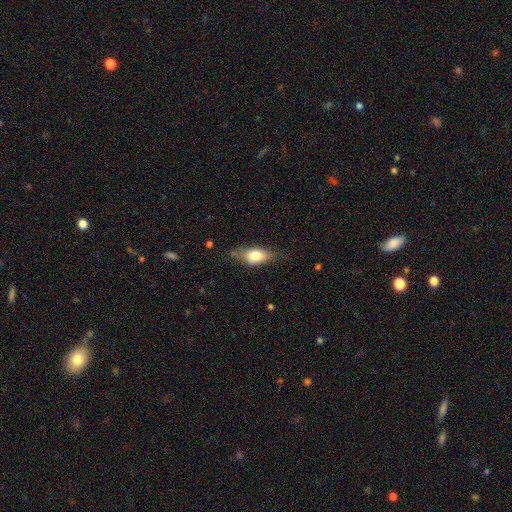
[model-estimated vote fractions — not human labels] Overall: smooth (70%). How rounded: in between (80%). Merging: none (61%; minor disturbance 28%).